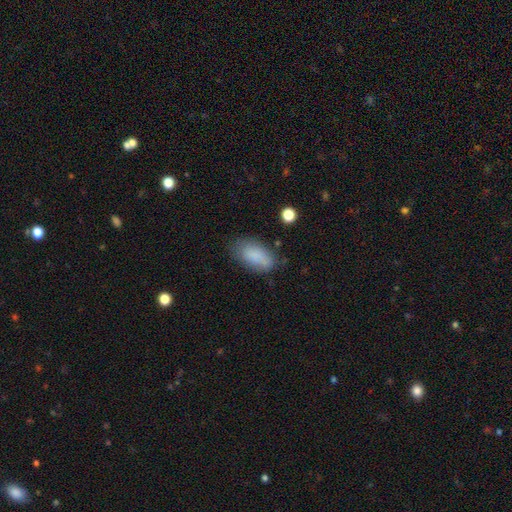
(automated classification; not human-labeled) This is clearly a smooth galaxy (84%). How rounded: clearly in between (92%). Merging: likely none (70%).